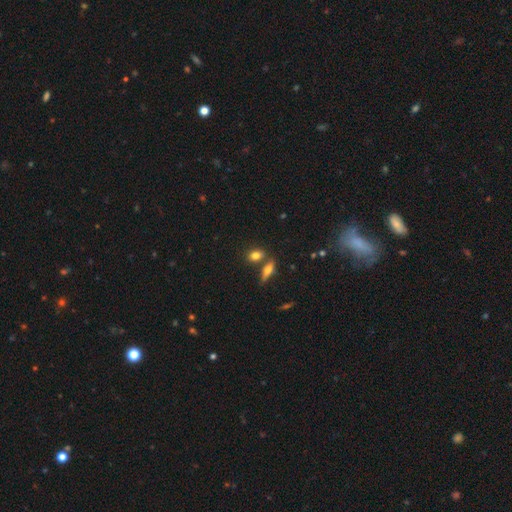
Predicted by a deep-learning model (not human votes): A smooth galaxy with no disk features (77%) that is in between round and cigar-shaped (69%). Merging: none (61%).